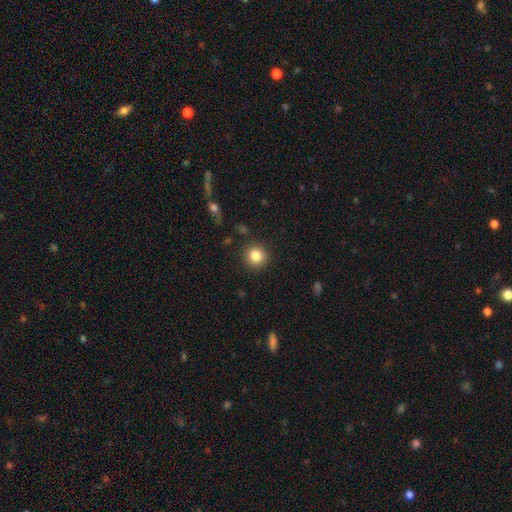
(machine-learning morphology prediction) Smooth or featured? smooth (84%)
How rounded? round (92%)
Merging? none (90%)